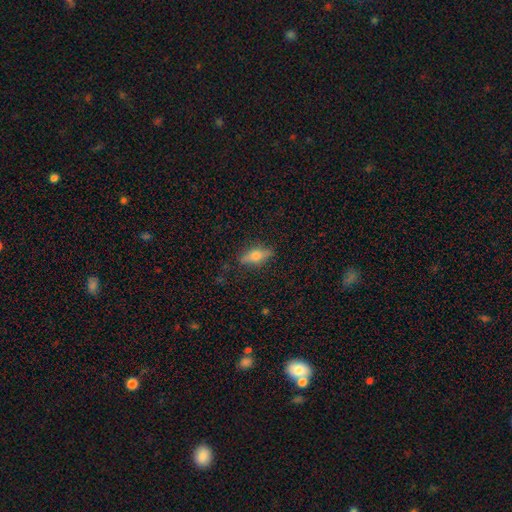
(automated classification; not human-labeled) smooth 53%, featured or disk 40%, star or artifact 8%. Down the decision tree: how rounded — in between (58%); merging — none (83%).